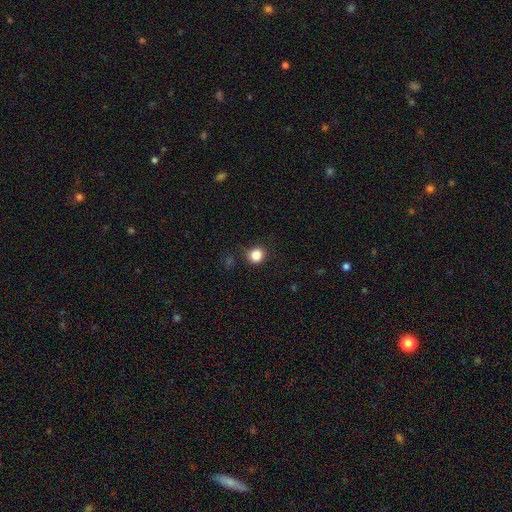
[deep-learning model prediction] Smooth or featured: smooth — 85% (star or artifact — 11%)
How rounded: round — 87% (in between — 12%)
Merging: none — 82% (minor disturbance — 13%)